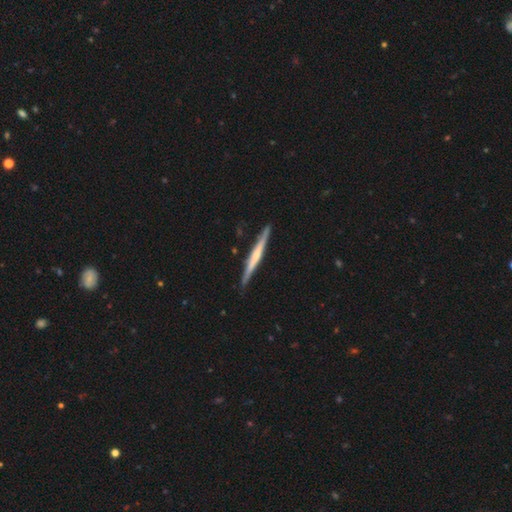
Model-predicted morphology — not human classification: type=featured or disk (63%); edge-on=yes (98%); edge-on bulge=none (47%); merging=none (89%).